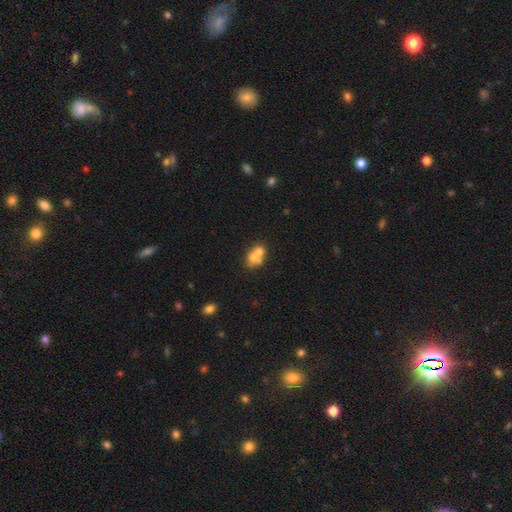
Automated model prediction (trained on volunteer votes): Smooth or featured? Predicted: smooth (p=0.62). How rounded? Predicted: round (p=0.56). Merging? Predicted: merger (p=0.64).